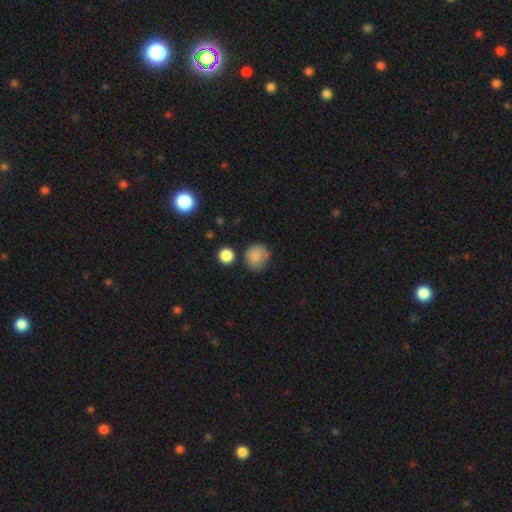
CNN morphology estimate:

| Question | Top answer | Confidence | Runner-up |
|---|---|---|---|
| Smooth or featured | smooth | 82% | star or artifact (9%) |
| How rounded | round | 78% | in between (21%) |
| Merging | none | 61% | minor disturbance (25%) |